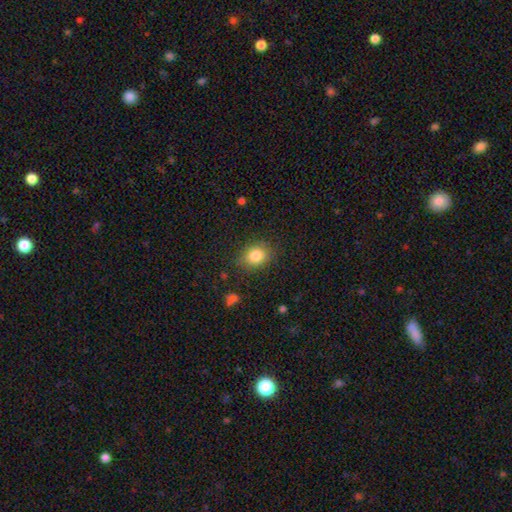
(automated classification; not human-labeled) A smooth galaxy with no disk features (83%) that is in between round and cigar-shaped (53%).

Vote fractions:
- Smooth or featured? smooth: 83% / star or artifact: 10% / featured or disk: 7%
- How rounded? in between: 53% / round: 46% / cigar-shaped: 1%
- Merging? none: 83% / minor disturbance: 13% / major disturbance: 3% / merger: 1%